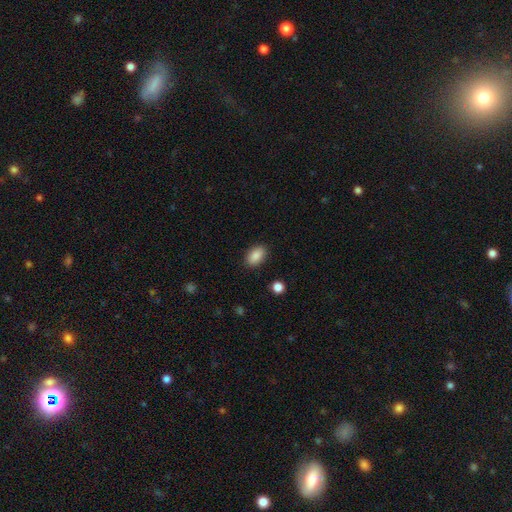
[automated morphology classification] type=smooth (88%); roundness=in between (91%); merging=none (88%).